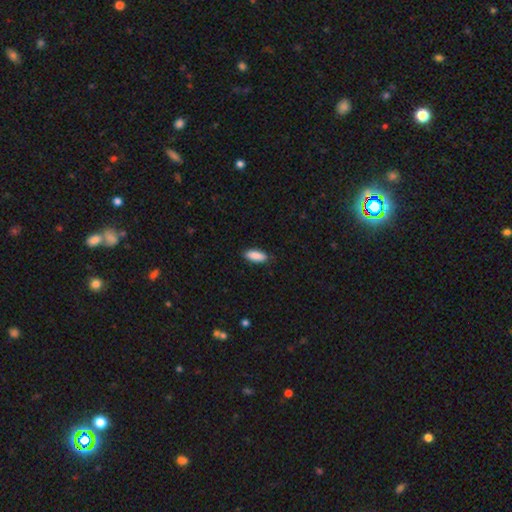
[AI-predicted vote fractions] smooth-or-featured: smooth: 90% | star or artifact: 6% | featured or disk: 4%
  how-rounded: in between: 80% | cigar-shaped: 18% | round: 2%
  merging: none: 87% | minor disturbance: 10% | major disturbance: 2% | merger: 1%